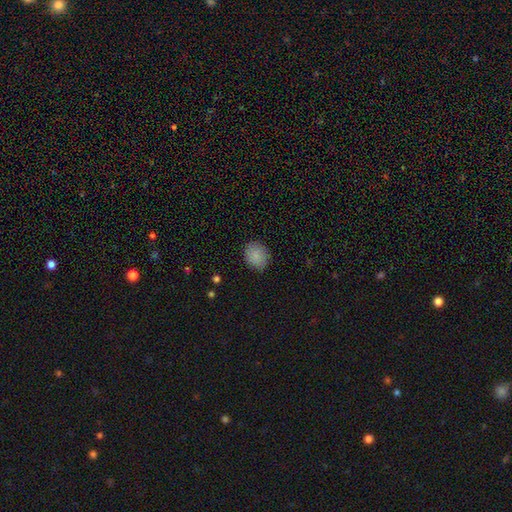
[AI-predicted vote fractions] smooth-or-featured: smooth: 86% | star or artifact: 8% | featured or disk: 6%
  how-rounded: round: 67% | in between: 32% | cigar-shaped: 1%
  merging: none: 84% | minor disturbance: 13% | major disturbance: 3% | merger: 1%